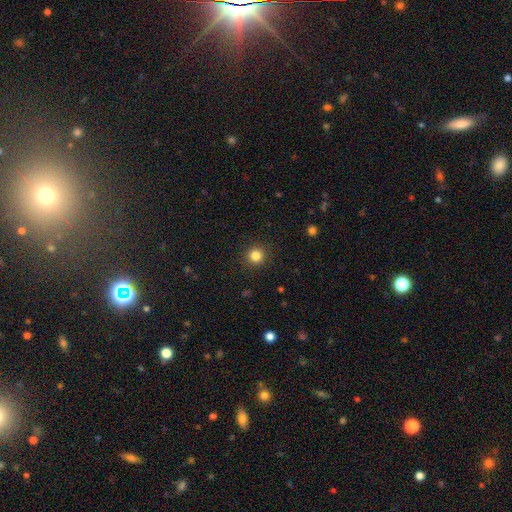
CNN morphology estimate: type=smooth (83%); roundness=round (93%); merging=none (92%).